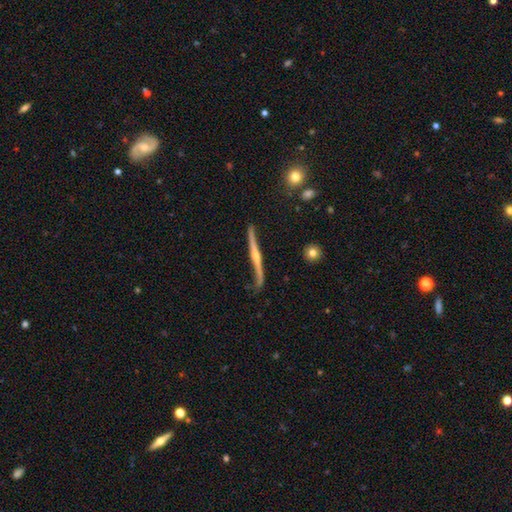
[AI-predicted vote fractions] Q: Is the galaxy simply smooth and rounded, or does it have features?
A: featured or disk — 81%.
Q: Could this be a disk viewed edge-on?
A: yes — 93%.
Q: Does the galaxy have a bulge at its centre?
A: rounded — 68%.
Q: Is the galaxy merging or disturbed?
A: none — 70%.